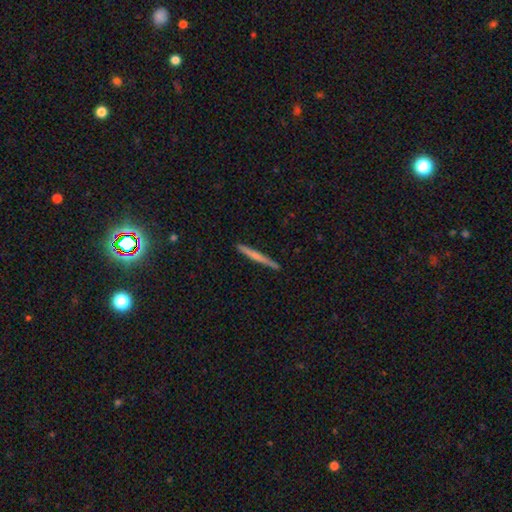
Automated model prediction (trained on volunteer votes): A smooth galaxy with no disk features (51%) that is cigar-shaped (96%). Merging: none (91%).